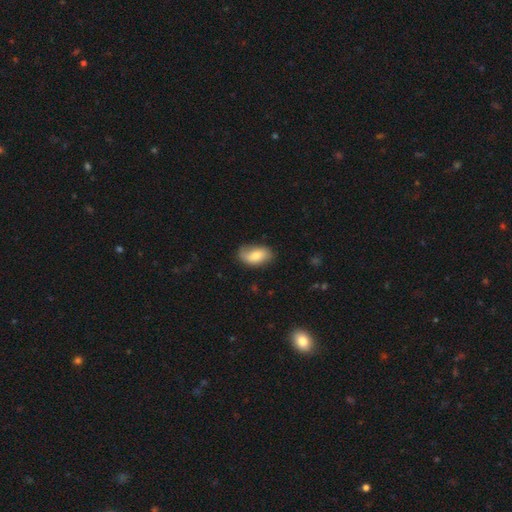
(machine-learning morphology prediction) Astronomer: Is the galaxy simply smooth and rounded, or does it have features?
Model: smooth — 64%.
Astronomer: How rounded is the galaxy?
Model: in between — 91%.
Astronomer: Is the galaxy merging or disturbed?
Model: none — 65%.